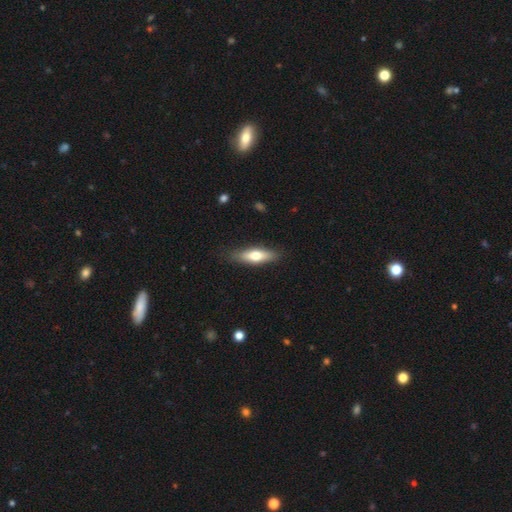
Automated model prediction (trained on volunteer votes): smooth 62%, featured or disk 32%, star or artifact 6%. Down the decision tree: how rounded — cigar-shaped (53%); merging — none (85%).